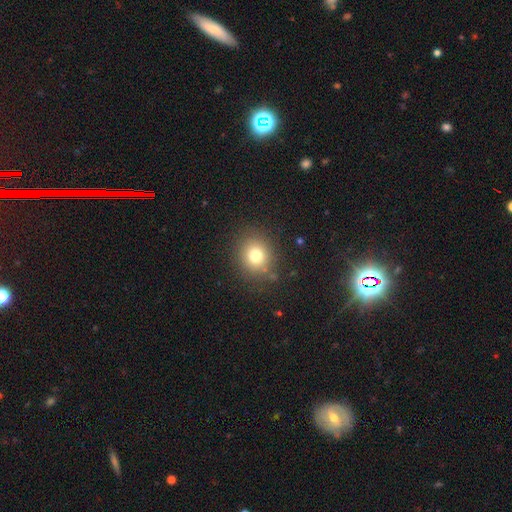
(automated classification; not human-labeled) The model was most divided on "smooth or featured": smooth: 76%, star or artifact: 14%, featured or disk: 10%. More confident: merging — none (85%); how rounded — round (82%).